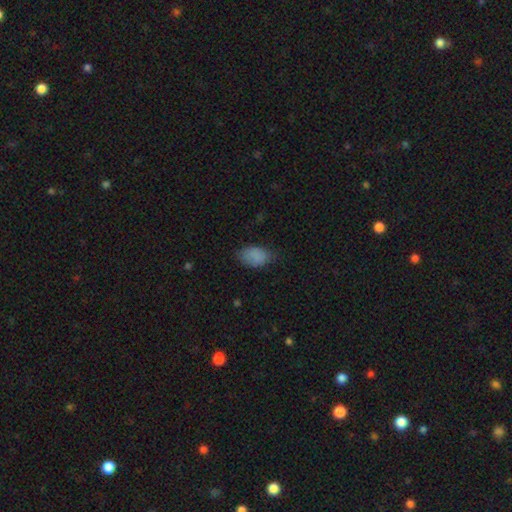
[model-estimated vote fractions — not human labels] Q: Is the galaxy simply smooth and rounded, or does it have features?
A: smooth — 84%.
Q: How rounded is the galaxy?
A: in between — 90%.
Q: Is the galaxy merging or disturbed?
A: none — 66%.